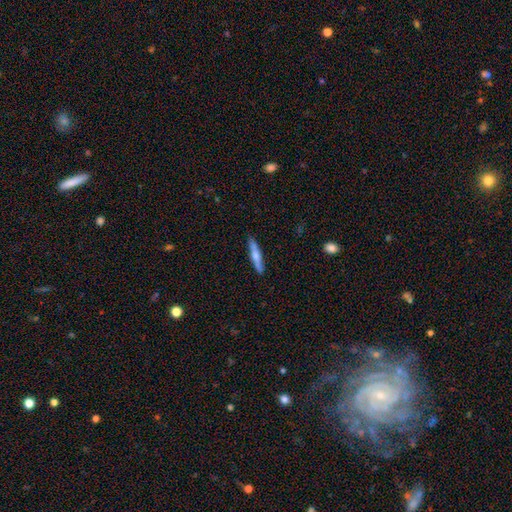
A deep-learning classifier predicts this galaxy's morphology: A smooth galaxy with no disk features (54%) that is cigar-shaped (90%).

Vote fractions:
- Smooth or featured? smooth: 54% / featured or disk: 41% / star or artifact: 6%
- How rounded? cigar-shaped: 90% / in between: 8% / round: 2%
- Merging? none: 88% / minor disturbance: 9% / major disturbance: 2% / merger: 1%